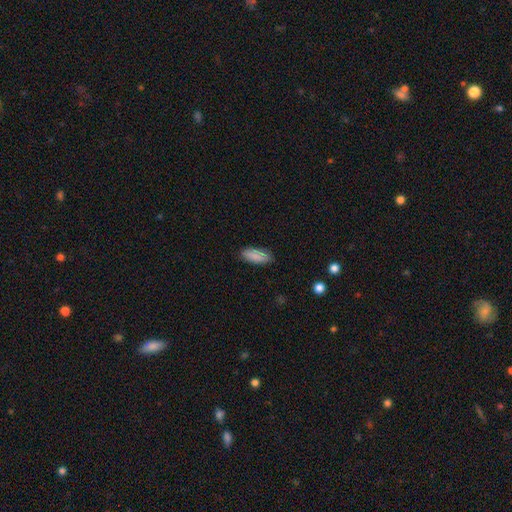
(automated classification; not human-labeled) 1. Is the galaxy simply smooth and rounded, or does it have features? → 86% smooth, 7% featured or disk, 6% star or artifact.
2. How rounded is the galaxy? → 78% in between, 20% cigar-shaped, 2% round.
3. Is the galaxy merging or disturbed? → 83% none, 13% minor disturbance, 2% major disturbance, 1% merger.